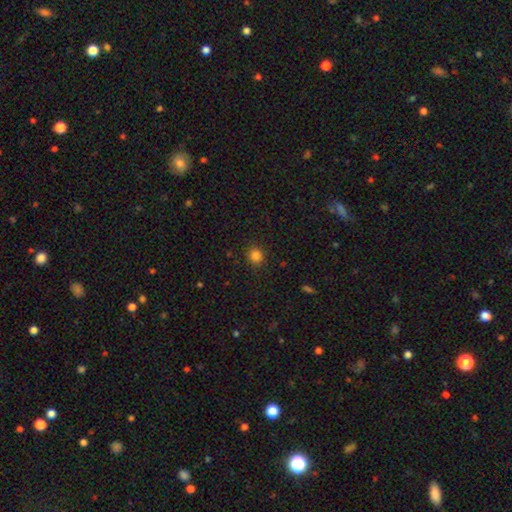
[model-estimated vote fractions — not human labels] A smooth galaxy with no disk features (83%) that is round (80%).

Vote fractions:
- Smooth or featured? smooth: 83% / star or artifact: 13% / featured or disk: 4%
- How rounded? round: 80% / in between: 19% / cigar-shaped: 1%
- Merging? none: 89% / minor disturbance: 8% / major disturbance: 2% / merger: 1%